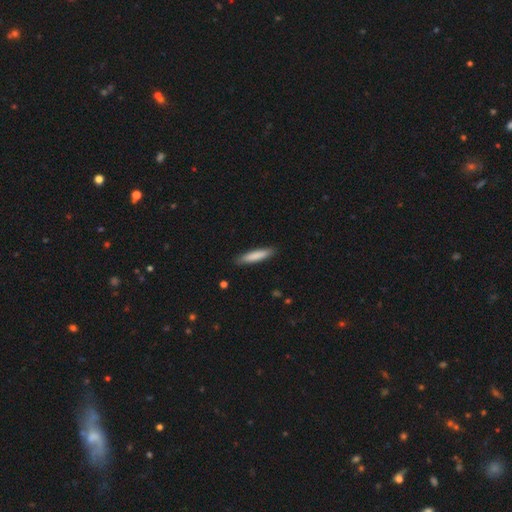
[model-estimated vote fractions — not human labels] Smooth or featured? smooth (83%)
How rounded? cigar-shaped (86%)
Merging? none (89%)